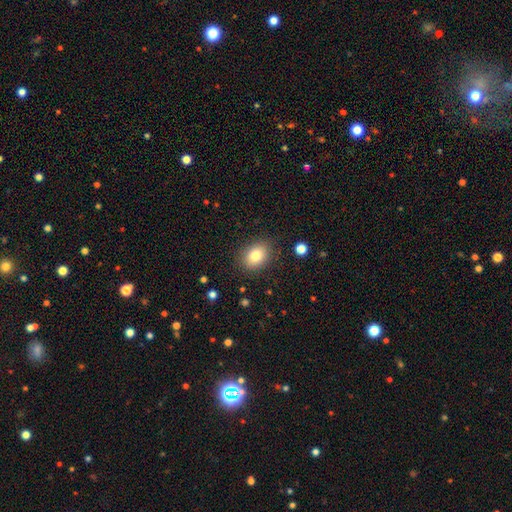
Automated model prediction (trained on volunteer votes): smooth_or_featured: smooth (p=0.81) [alt: star or artifact p=0.10]
how_rounded: in between (p=0.64) [alt: round p=0.35]
merging: none (p=0.85) [alt: minor disturbance p=0.10]